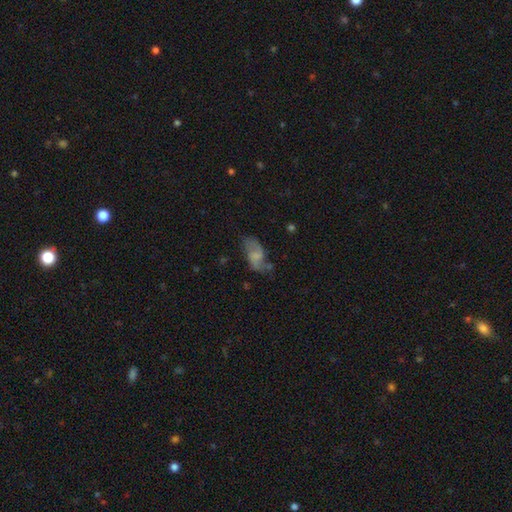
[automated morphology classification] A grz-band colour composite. It shows a featured or disk galaxy (56%) with no bar (51%), spiral arms (81%) and no central bulge (51%). Merging: none (47%).